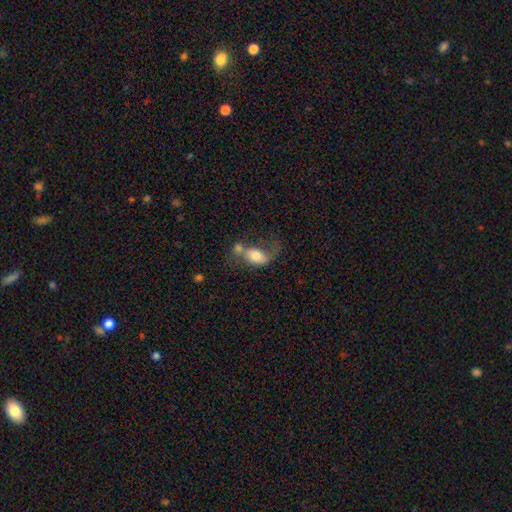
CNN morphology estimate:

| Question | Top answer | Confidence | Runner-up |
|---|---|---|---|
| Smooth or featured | smooth | 64% | featured or disk (27%) |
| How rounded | in between | 83% | round (14%) |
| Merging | merger | 45% | none (21%) |